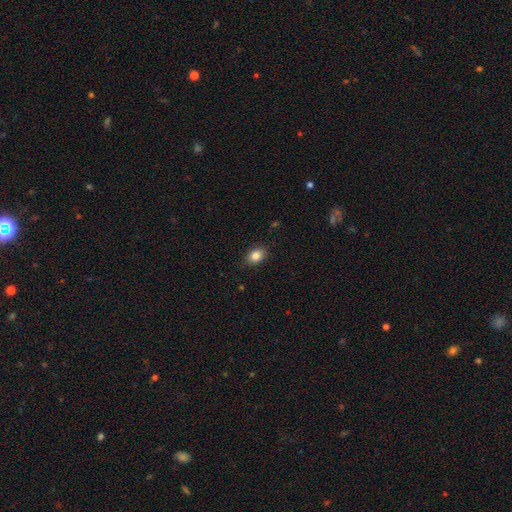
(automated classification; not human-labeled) Overall: smooth (84%). How rounded: in between (64%; round 35%). Merging: none (85%).